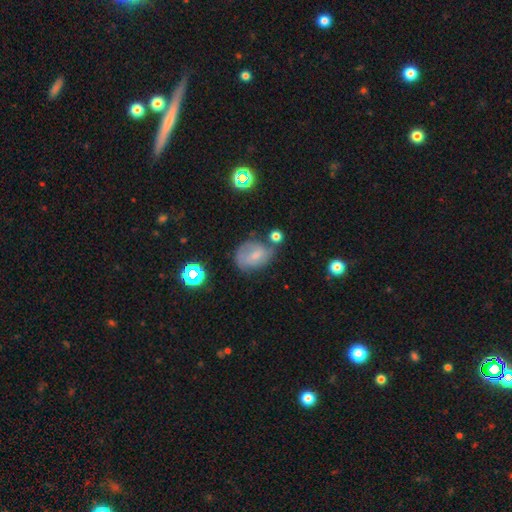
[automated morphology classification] Smooth or featured? smooth (54%)
How rounded? in between (62%)
Merging? none (46%)